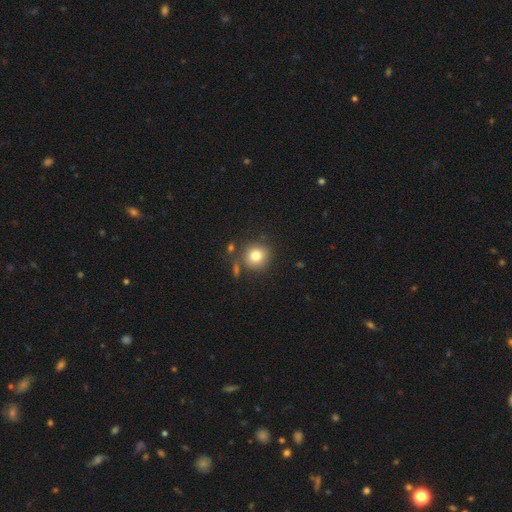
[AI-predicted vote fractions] smooth_or_featured: smooth (p=0.80) [alt: star or artifact p=0.11]
how_rounded: round (p=0.87) [alt: in between p=0.12]
merging: none (p=0.76) [alt: minor disturbance p=0.12]